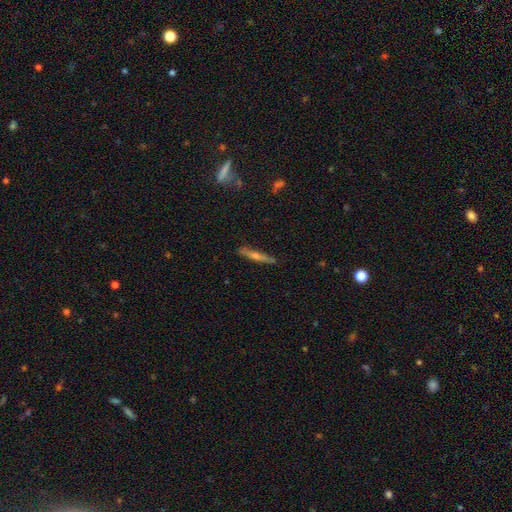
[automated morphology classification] Smooth or featured? Predicted: featured or disk (p=0.58). Edge-on disk? Predicted: yes (p=0.95). Edge-on bulge? Predicted: rounded (p=0.75). Merging? Predicted: none (p=0.87).